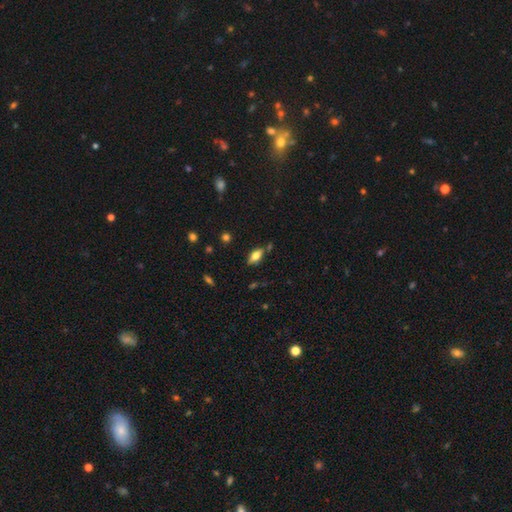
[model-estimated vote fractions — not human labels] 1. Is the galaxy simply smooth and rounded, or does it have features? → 55% smooth, 36% featured or disk, 9% star or artifact.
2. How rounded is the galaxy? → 81% in between, 15% cigar-shaped, 4% round.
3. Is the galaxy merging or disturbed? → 75% none, 15% minor disturbance, 6% merger, 4% major disturbance.